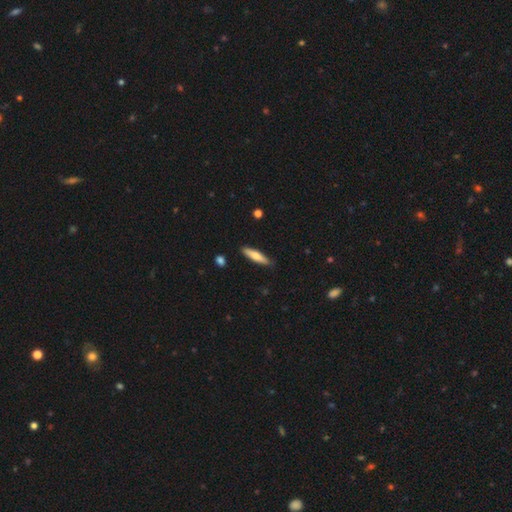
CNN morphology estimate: A smooth galaxy with no disk features (67%) that is cigar-shaped (78%). Merging: none (87%).